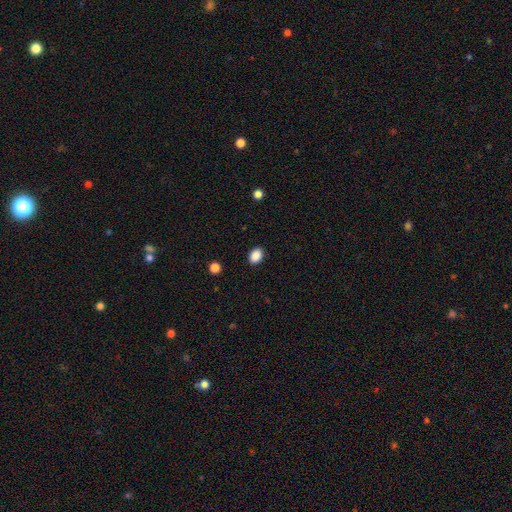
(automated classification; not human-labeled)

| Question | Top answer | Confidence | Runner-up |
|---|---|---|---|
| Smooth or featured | smooth | 89% | star or artifact (8%) |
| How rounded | in between | 74% | round (25%) |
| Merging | none | 90% | minor disturbance (7%) |